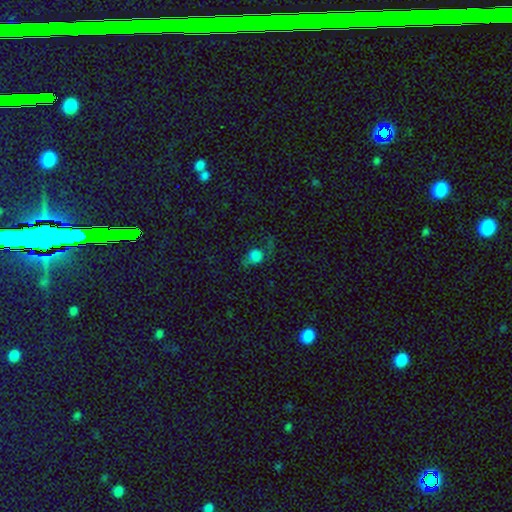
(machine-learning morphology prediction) type=smooth (65%); roundness=round (64%); merging=none (45%).